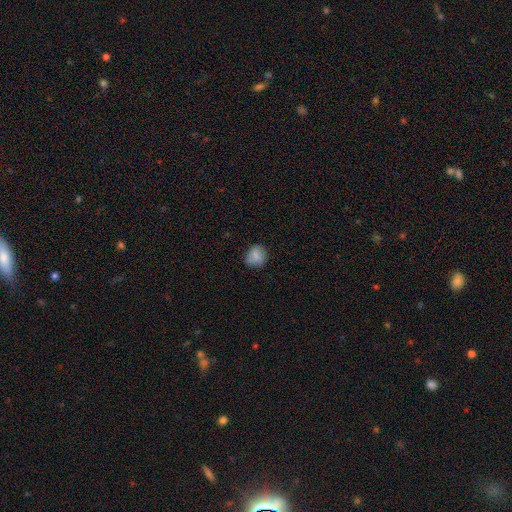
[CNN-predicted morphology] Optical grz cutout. It shows a smooth galaxy with no disk features (81%) that is round (75%). Merging: none (77%).